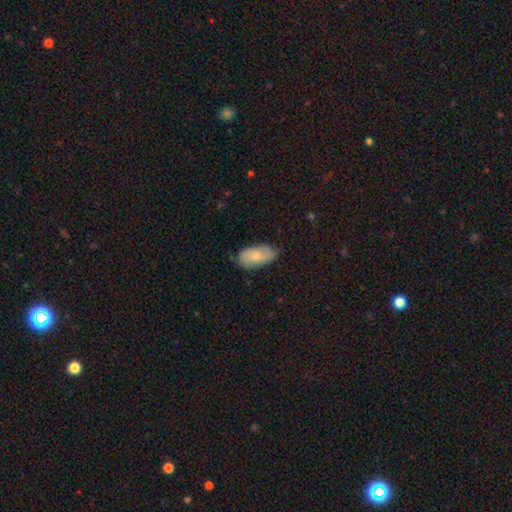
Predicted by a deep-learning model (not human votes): smooth 65%, featured or disk 29%, star or artifact 6%. Down the decision tree: how rounded — in between (92%); merging — none (78%).